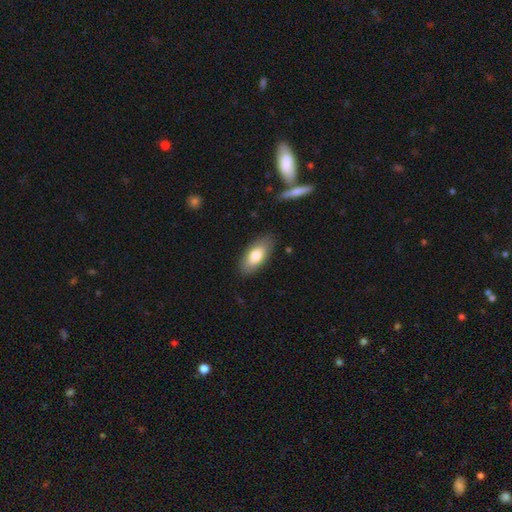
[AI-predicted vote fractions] A smooth galaxy with no disk features (76%) that is in between round and cigar-shaped (87%). Merging: none (84%).